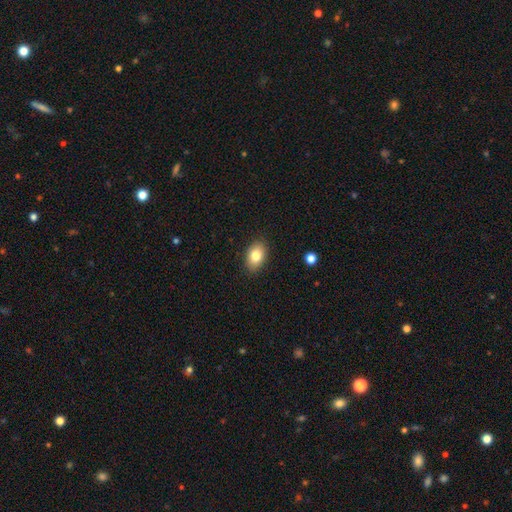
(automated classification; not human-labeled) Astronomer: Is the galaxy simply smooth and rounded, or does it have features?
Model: smooth — 81%.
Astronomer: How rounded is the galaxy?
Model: in between — 86%.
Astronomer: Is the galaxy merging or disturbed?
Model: none — 88%.